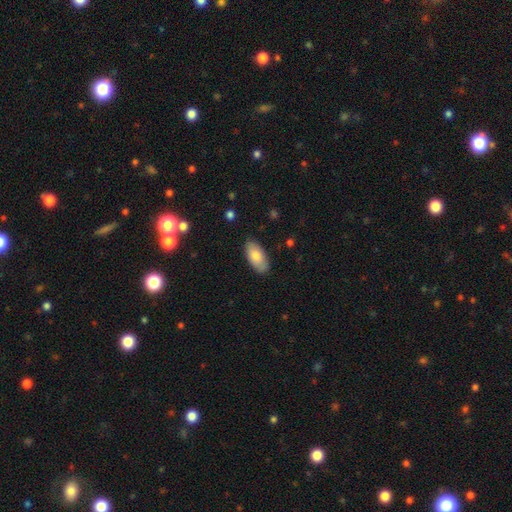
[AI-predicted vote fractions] Smooth or featured: smooth — 80% (featured or disk — 14%)
How rounded: in between — 93% (cigar-shaped — 4%)
Merging: none — 85% (minor disturbance — 11%)